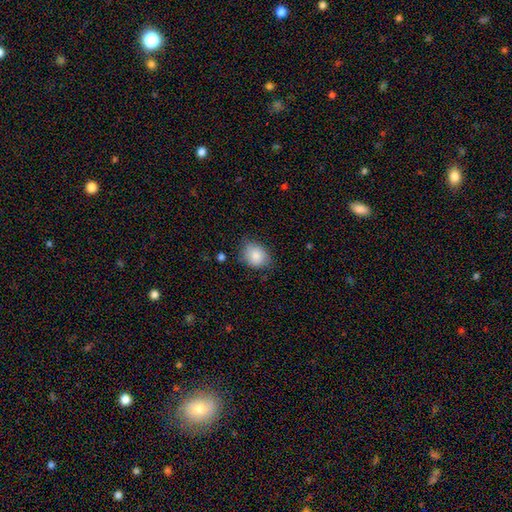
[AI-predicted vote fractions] Smooth or featured?
  - smooth: 85% *
  - star or artifact: 8%
  - featured or disk: 8%
How rounded?
  - in between: 57% *
  - round: 42%
  - cigar-shaped: 1%
Merging?
  - none: 68% *
  - minor disturbance: 26%
  - major disturbance: 5%
  - merger: 2%